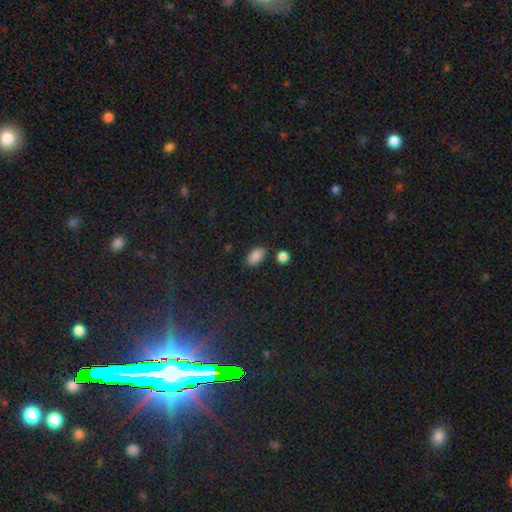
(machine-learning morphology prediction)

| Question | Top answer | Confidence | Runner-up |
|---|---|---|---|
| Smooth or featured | smooth | 85% | star or artifact (9%) |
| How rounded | in between | 91% | round (7%) |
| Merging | none | 82% | minor disturbance (11%) |